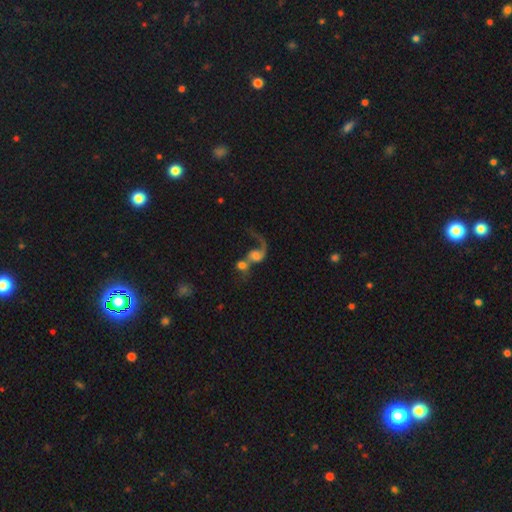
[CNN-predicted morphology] featured or disk 60%, smooth 30%, star or artifact 10%. Down the decision tree: edge-on disk — no (97%); bar — no (67%); spiral arms — yes (78%); bulge size — moderate (34%); merging — merger (69%).